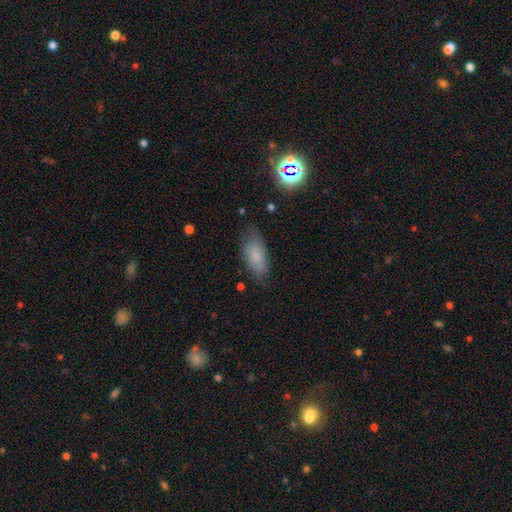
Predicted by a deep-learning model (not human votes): A smooth galaxy with no disk features (75%) that is in between round and cigar-shaped (84%). Merging: none (68%).